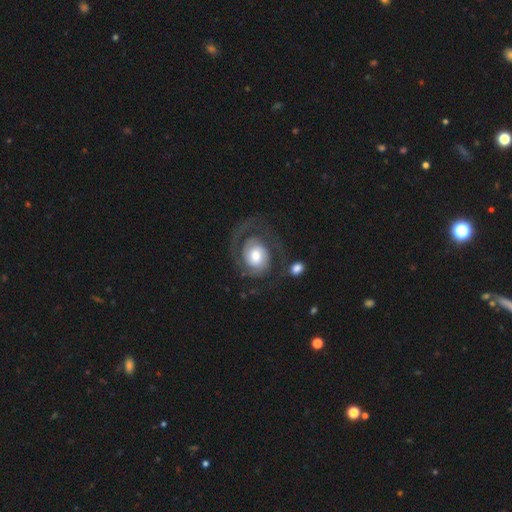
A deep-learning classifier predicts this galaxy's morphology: type=featured or disk (81%); edge-on=no (98%); bar=no (66%); spiral arms=yes (94%); winding=tight (50%); arm count=2 (54%); bulge=moderate (57%); merging=none (55%).